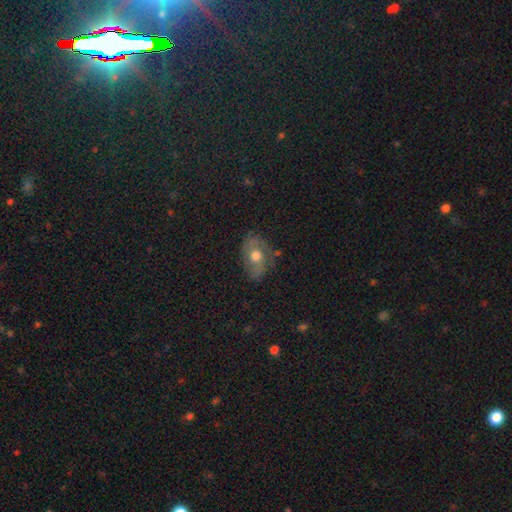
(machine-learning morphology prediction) smooth-or-featured: featured or disk: 44% | smooth: 42% | star or artifact: 14%
  merging: none: 68% | minor disturbance: 22% | major disturbance: 8% | merger: 2%